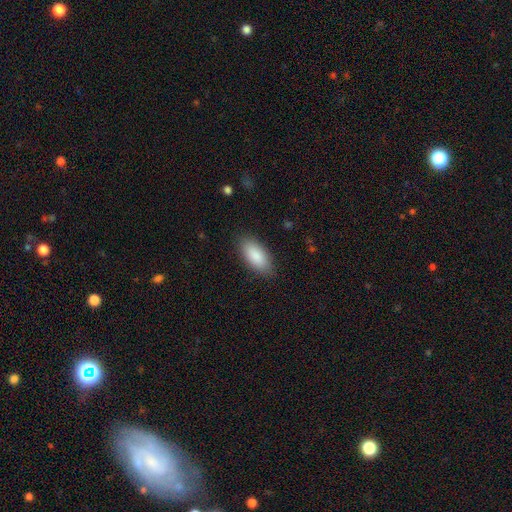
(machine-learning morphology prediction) type=smooth (88%); roundness=in between (89%); merging=none (86%).